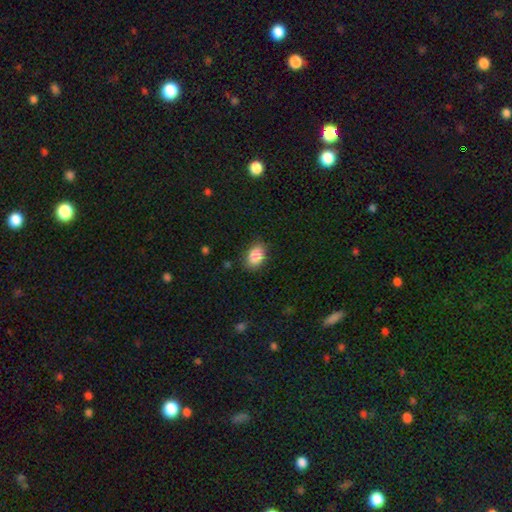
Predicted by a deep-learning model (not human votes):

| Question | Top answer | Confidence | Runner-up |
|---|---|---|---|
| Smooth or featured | smooth | 86% | star or artifact (8%) |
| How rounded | in between | 83% | round (16%) |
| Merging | none | 81% | minor disturbance (15%) |